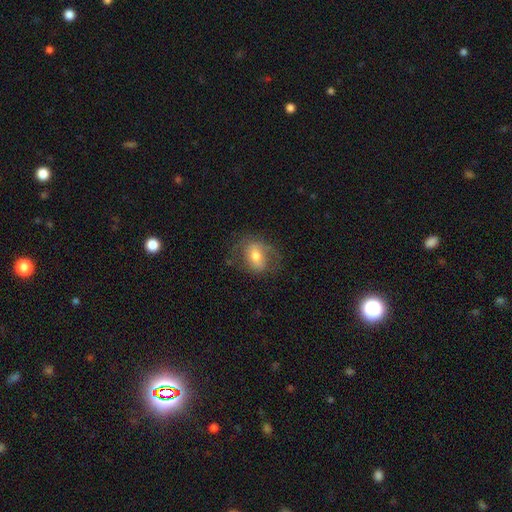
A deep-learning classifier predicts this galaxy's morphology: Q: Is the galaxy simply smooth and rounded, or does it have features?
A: smooth — 51%.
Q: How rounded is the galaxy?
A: in between — 67%.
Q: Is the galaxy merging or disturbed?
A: none — 61%.